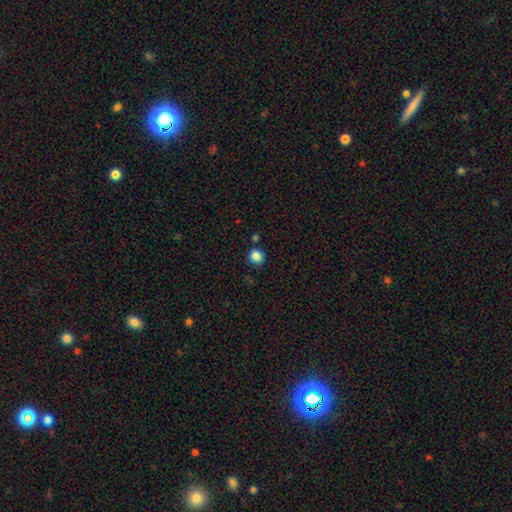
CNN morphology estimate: Smooth or featured: smooth — 85% (star or artifact — 11%)
How rounded: round — 87% (in between — 12%)
Merging: none — 84% (minor disturbance — 9%)